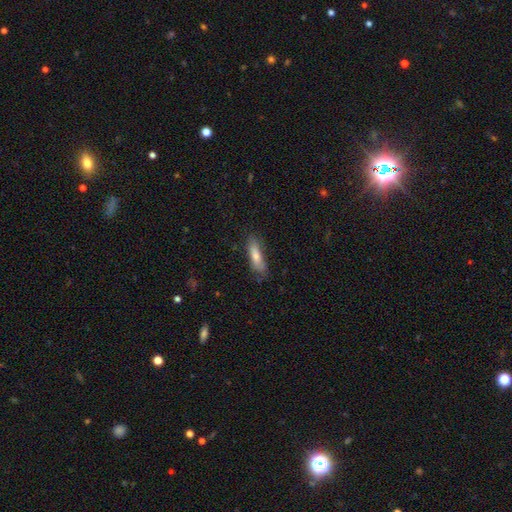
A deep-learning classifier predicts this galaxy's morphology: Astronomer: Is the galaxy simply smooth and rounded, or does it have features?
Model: smooth — 71%.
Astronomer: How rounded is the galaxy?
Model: cigar-shaped — 67%.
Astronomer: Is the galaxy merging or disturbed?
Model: none — 76%.